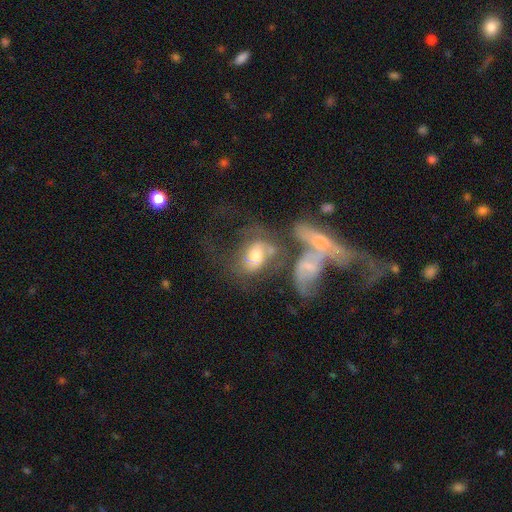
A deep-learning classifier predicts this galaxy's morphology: Smooth or featured? Predicted: featured or disk (p=0.53). Edge-on disk? Predicted: no (p=0.92). Merging? Predicted: merger (p=0.50).